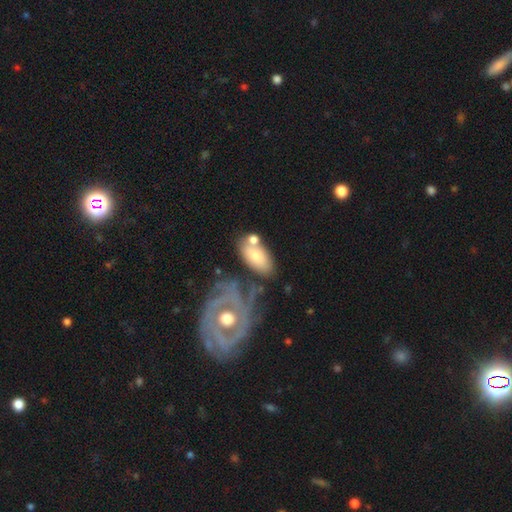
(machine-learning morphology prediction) smooth-or-featured: smooth: 65% | featured or disk: 28% | star or artifact: 7%
  how-rounded: in between: 90% | round: 5% | cigar-shaped: 5%
  merging: none: 51% | merger: 26% | minor disturbance: 17% | major disturbance: 7%